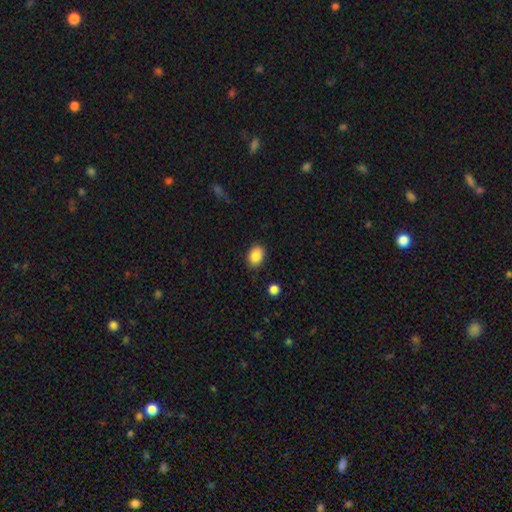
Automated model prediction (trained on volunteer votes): This appears to be a smooth galaxy with no disk features (86%) that is in between round and cigar-shaped (68%). Merging: none (86%).